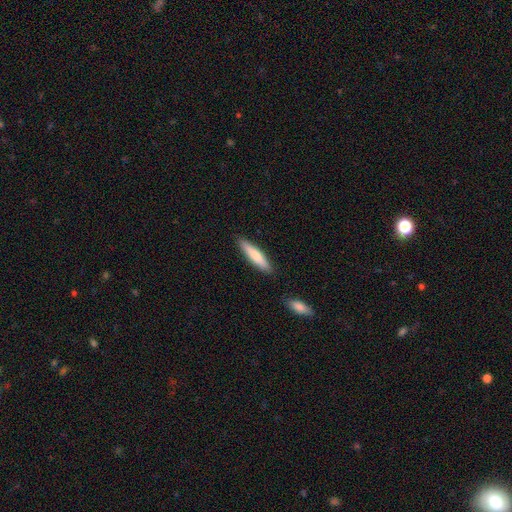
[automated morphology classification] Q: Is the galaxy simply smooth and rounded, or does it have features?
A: smooth — 74%.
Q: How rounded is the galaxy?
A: cigar-shaped — 83%.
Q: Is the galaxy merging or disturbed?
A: none — 88%.